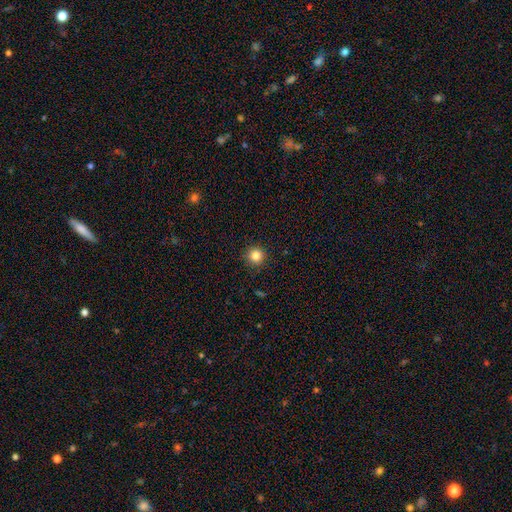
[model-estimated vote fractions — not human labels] This is clearly a smooth galaxy (84%). How rounded: clearly round (95%). Merging: clearly none (91%).